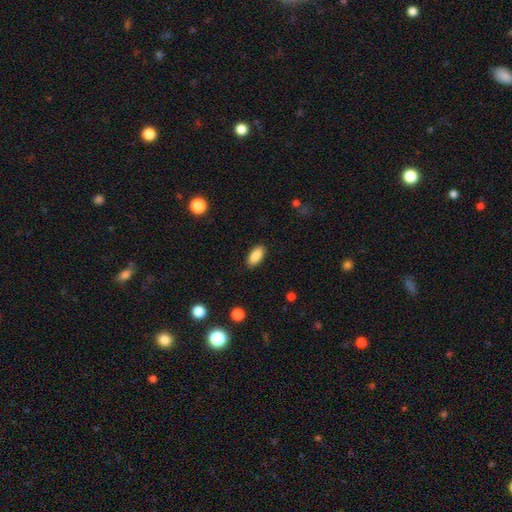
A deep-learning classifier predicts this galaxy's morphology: The model was most divided on "how rounded": in between: 88%, cigar-shaped: 9%, round: 2%. More confident: merging — none (88%); smooth or featured — smooth (88%).